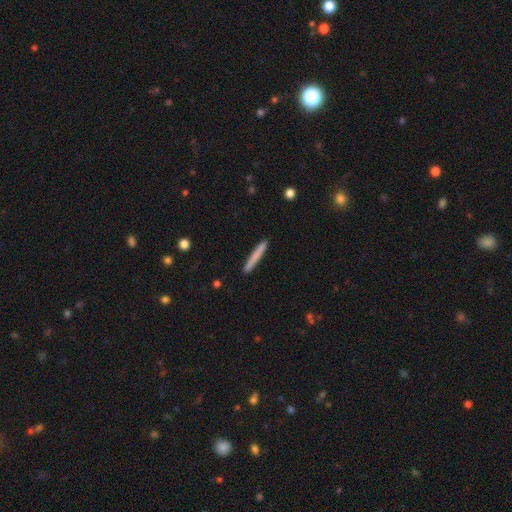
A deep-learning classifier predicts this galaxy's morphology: This is likely a smooth galaxy (73%). How rounded: clearly cigar-shaped (97%). Merging: clearly none (91%).